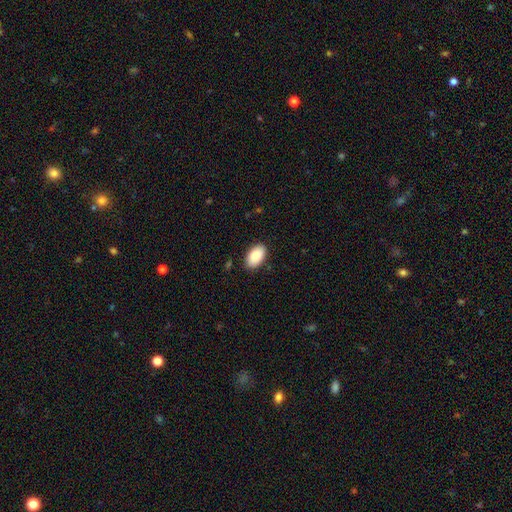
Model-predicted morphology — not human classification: A smooth galaxy with no disk features (87%) that is in between round and cigar-shaped (94%). Merging: none (87%).